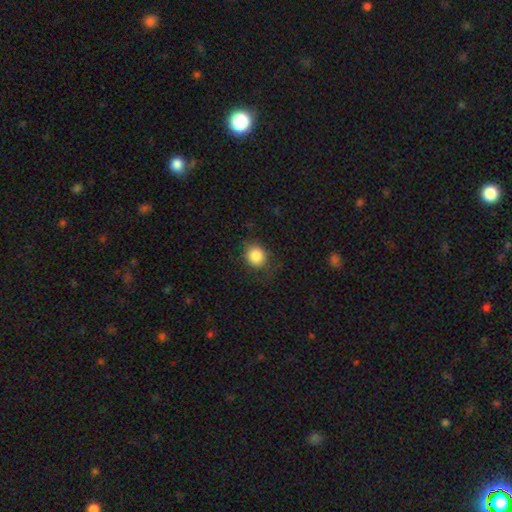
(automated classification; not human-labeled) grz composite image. It shows a smooth galaxy with no disk features (86%) that is round (78%). Merging: none (76%).